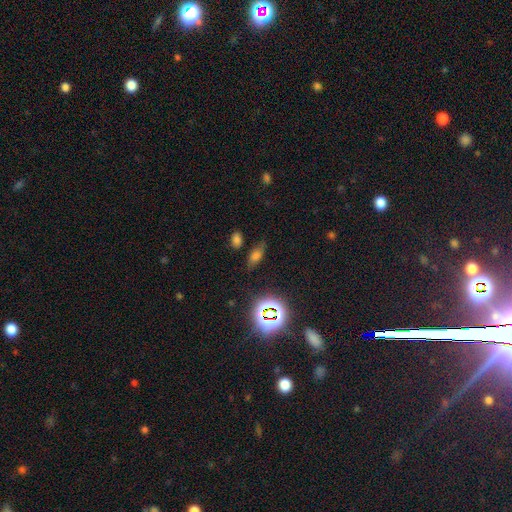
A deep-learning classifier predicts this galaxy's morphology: Smooth or featured? smooth (61%)
How rounded? in between (77%)
Merging? none (71%)